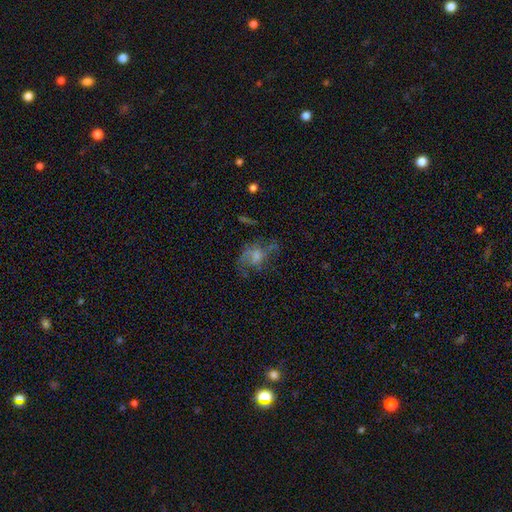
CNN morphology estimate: Overall: smooth (44%; featured or disk 43%). Merging: major disturbance (36%, tied with none).